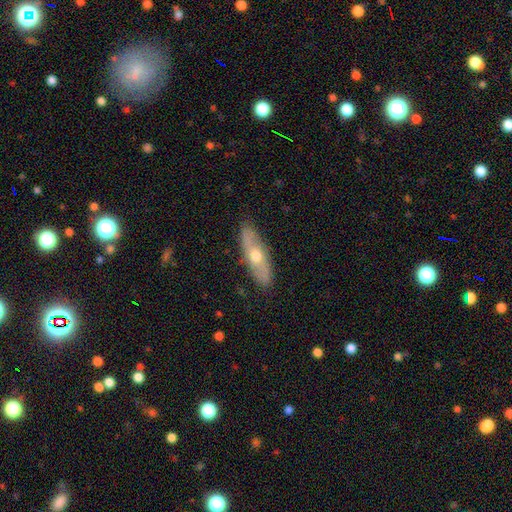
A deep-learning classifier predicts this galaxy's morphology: type=featured or disk (54%); edge-on=no (57%); merging=none (86%).